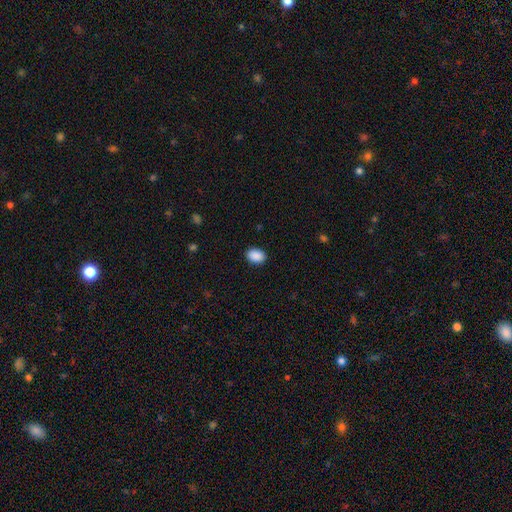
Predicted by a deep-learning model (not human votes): Morphology: type=smooth (91%); roundness=in between (78%); merging=none (90%).